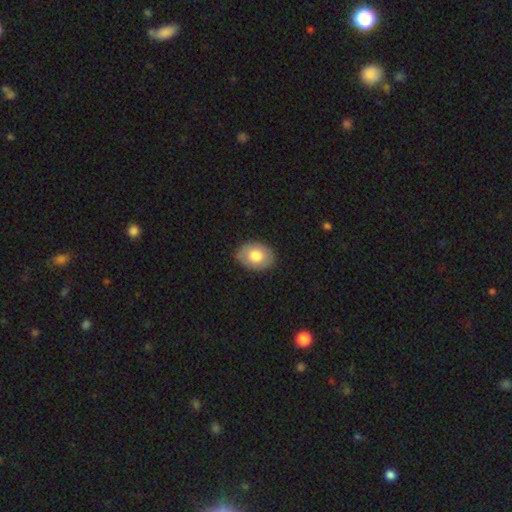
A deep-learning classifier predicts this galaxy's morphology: The model was most divided on "how rounded": in between: 77%, round: 22%, cigar-shaped: 1%. More confident: merging — none (86%); smooth or featured — smooth (77%).